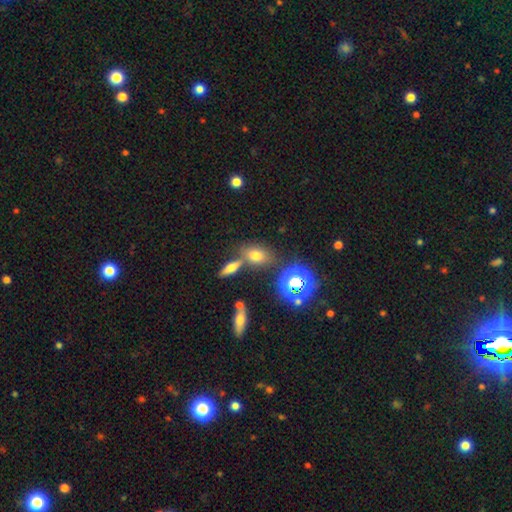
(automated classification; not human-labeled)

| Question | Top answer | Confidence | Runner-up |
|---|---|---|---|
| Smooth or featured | smooth | 65% | star or artifact (21%) |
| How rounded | in between | 70% | round (25%) |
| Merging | none | 64% | merger (21%) |